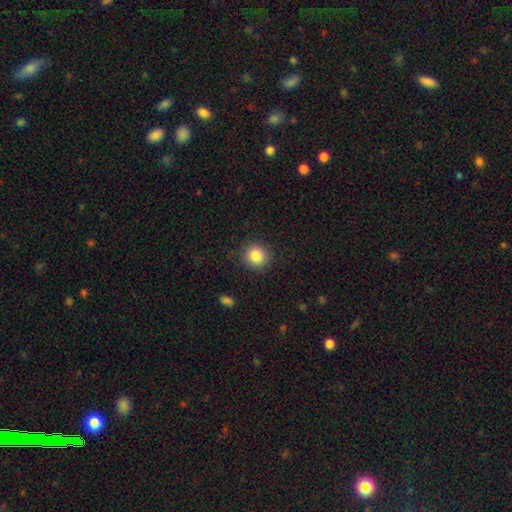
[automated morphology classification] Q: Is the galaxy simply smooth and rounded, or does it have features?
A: smooth — 84%.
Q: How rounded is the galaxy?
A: round — 91%.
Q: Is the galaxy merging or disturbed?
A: none — 89%.